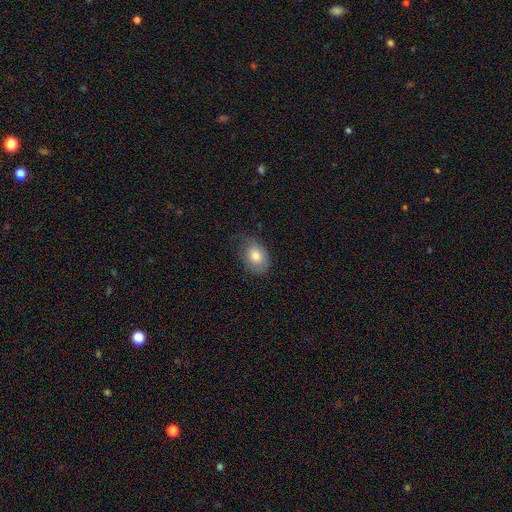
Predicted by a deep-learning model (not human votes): Smooth or featured? smooth (77%)
How rounded? in between (76%)
Merging? none (57%)